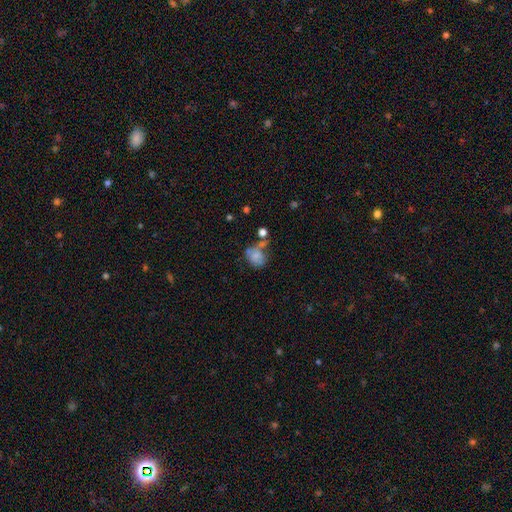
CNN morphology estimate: type=smooth (71%); roundness=round (51%); merging=none (35%).